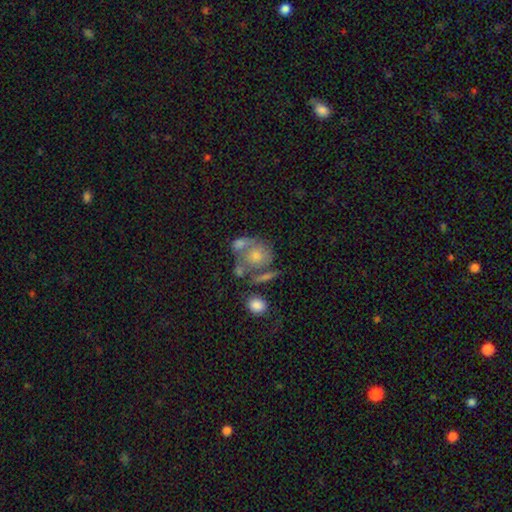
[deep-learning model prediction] The model was most divided on "merging": merger: 36%, none: 34%, minor disturbance: 16%, major disturbance: 13%. Remaining: smooth or featured — smooth (46%).